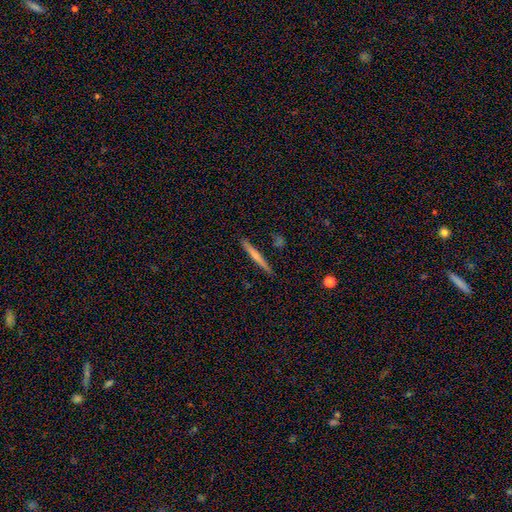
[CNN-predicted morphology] Smooth or featured?
  - smooth: 50% *
  - featured or disk: 44%
  - star or artifact: 6%
Merging?
  - none: 88% *
  - minor disturbance: 8%
  - merger: 2%
  - major disturbance: 2%